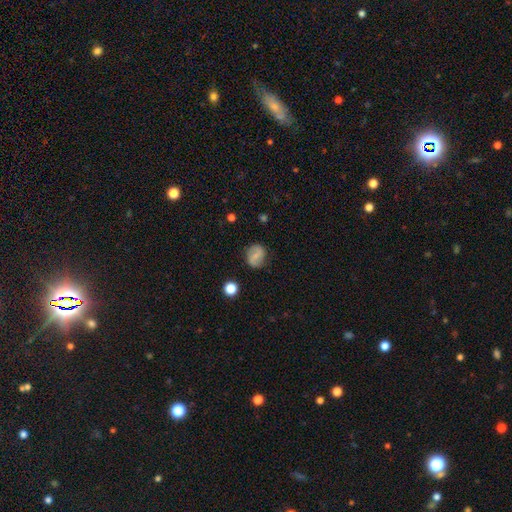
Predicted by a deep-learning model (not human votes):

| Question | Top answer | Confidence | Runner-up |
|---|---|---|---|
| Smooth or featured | featured or disk | 53% | smooth (38%) |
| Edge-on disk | no | 97% | yes (3%) |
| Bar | weak | 47% | no (28%) |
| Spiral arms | yes | 86% | no (14%) |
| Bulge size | small | 53% | none (25%) |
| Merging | none | 81% | minor disturbance (13%) |